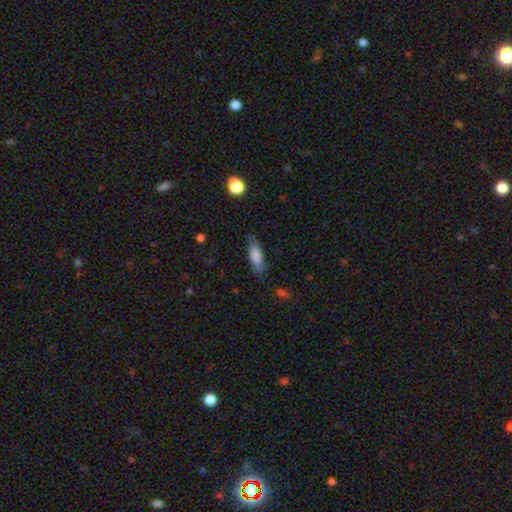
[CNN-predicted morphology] smooth 78%, featured or disk 15%, star or artifact 7%. Down the decision tree: how rounded — in between (54%); merging — none (77%).